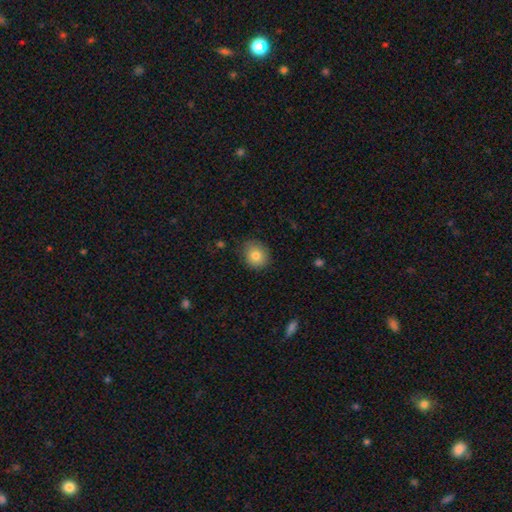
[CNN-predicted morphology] The model was most divided on "how rounded": round: 77%, in between: 22%, cigar-shaped: 1%. More confident: merging — none (81%); smooth or featured — smooth (80%).